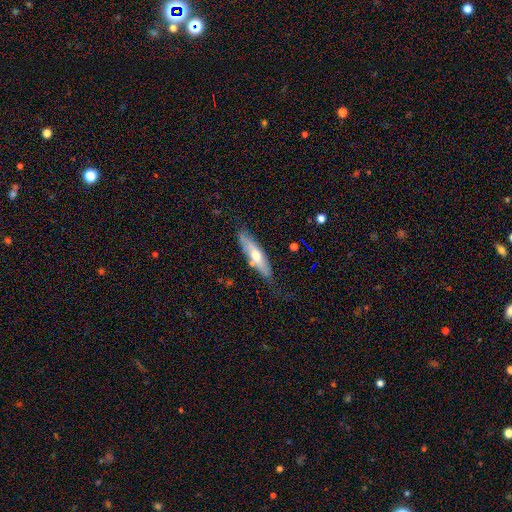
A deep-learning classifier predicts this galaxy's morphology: Smooth or featured? Predicted: smooth (p=0.48). Merging? Predicted: none (p=0.72).